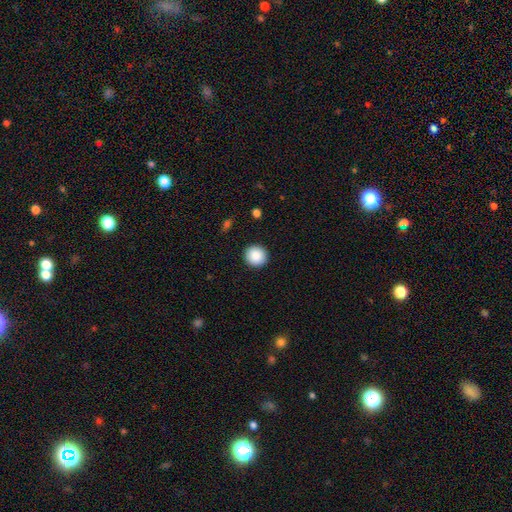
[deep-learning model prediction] Overall: smooth (89%). How rounded: round (94%). Merging: none (93%).